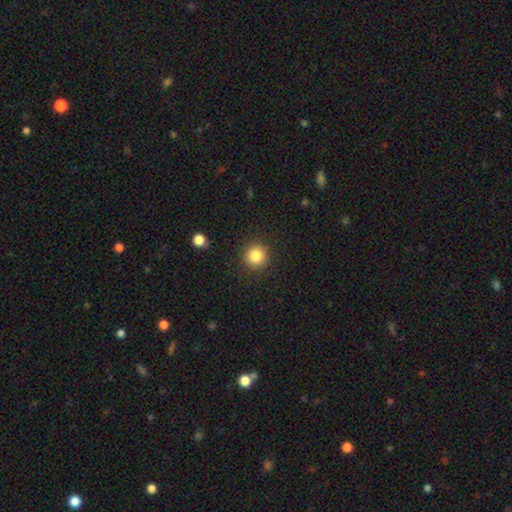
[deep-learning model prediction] This is clearly a smooth galaxy (84%). How rounded: clearly round (94%). Merging: clearly none (91%).